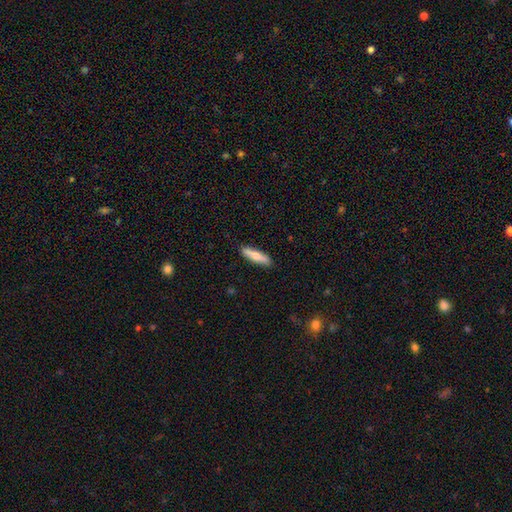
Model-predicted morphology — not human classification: A smooth galaxy with no disk features (66%) that is cigar-shaped (80%). Merging: none (89%).